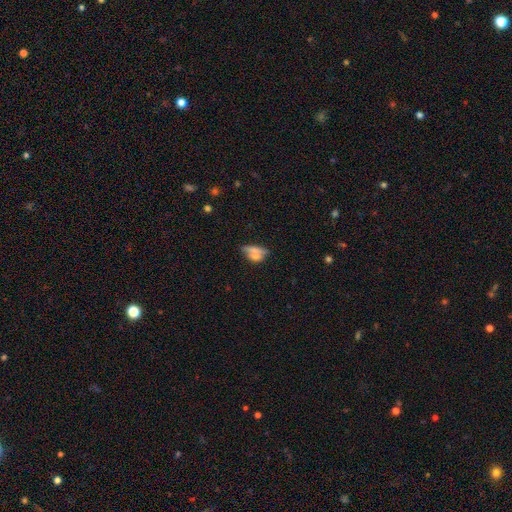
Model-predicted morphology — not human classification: Smooth or featured: smooth — 63% (featured or disk — 24%)
How rounded: in between — 67% (round — 16%)
Merging: merger — 38% (none — 37%)